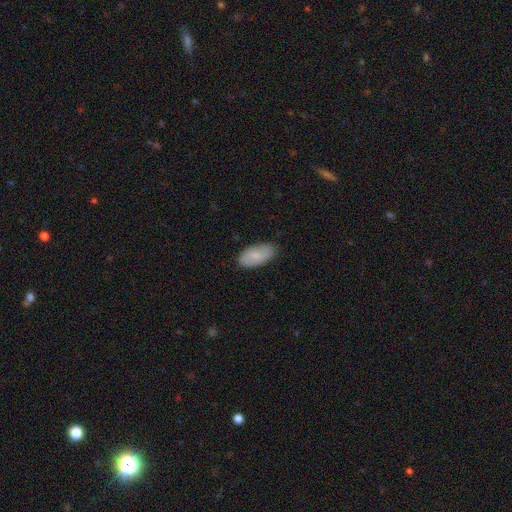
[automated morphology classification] smooth_or_featured: smooth (p=0.75) [alt: featured or disk p=0.19]
how_rounded: in between (p=0.93) [alt: cigar-shaped p=0.04]
merging: none (p=0.84) [alt: minor disturbance p=0.13]